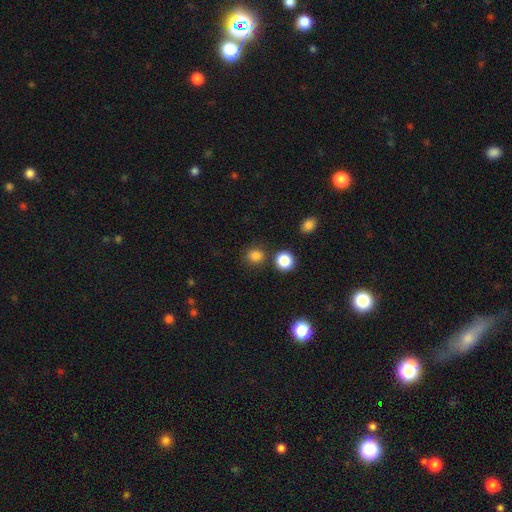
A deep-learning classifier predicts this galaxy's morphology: Q: Smooth or featured?
A: smooth (83%); runner-up: star or artifact (13%)
Q: How rounded?
A: round (81%); runner-up: in between (18%)
Q: Merging?
A: none (77%); runner-up: minor disturbance (10%)